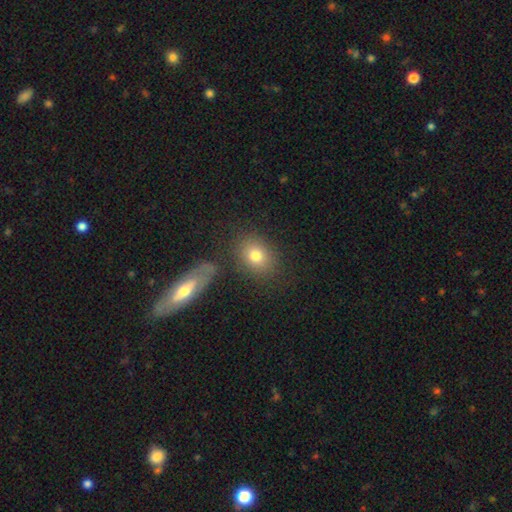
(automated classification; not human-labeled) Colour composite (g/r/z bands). It shows a smooth galaxy with no disk features (75%) that is in between round and cigar-shaped (51%). Merging: none (76%).